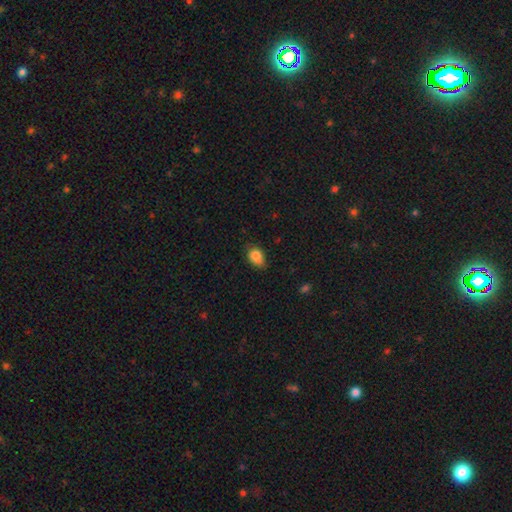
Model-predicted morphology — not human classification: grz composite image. It shows a smooth galaxy with no disk features (83%) that is in between round and cigar-shaped (73%). Merging: none (59%).